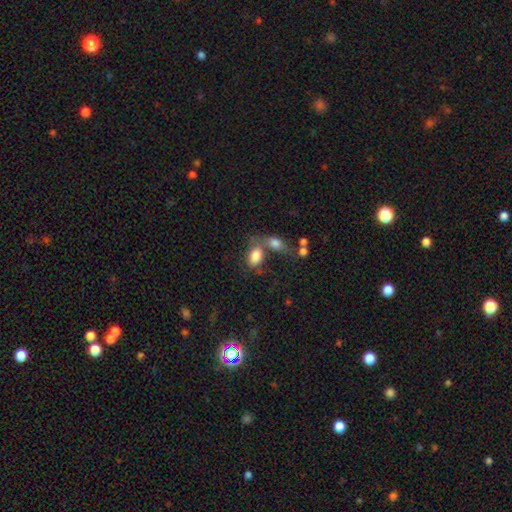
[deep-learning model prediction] smooth 82%, featured or disk 9%, star or artifact 9%. Down the decision tree: how rounded — in between (88%); merging — merger (42%).